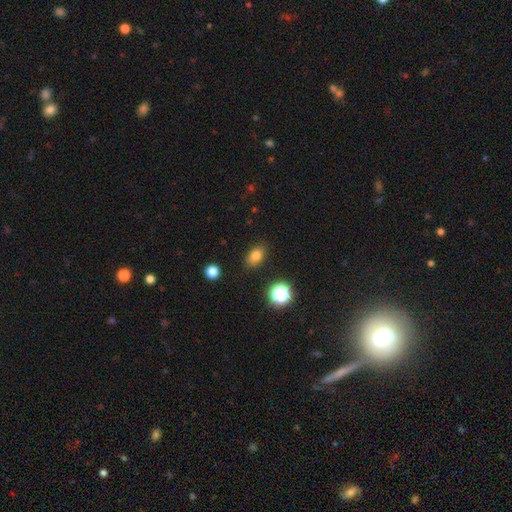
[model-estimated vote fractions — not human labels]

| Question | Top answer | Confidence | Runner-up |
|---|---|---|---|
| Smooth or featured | smooth | 79% | star or artifact (13%) |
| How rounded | in between | 80% | round (17%) |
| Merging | none | 86% | minor disturbance (10%) |